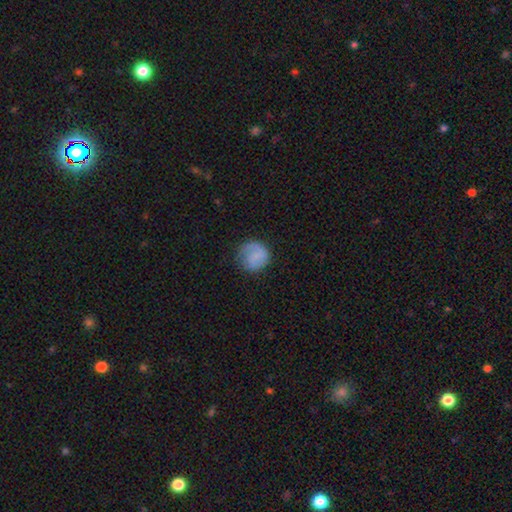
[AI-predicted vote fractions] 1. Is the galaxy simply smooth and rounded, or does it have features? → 69% smooth, 23% featured or disk, 7% star or artifact.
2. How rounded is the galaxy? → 88% round, 11% in between, 1% cigar-shaped.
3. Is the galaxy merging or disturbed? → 66% none, 22% minor disturbance, 11% major disturbance, 1% merger.